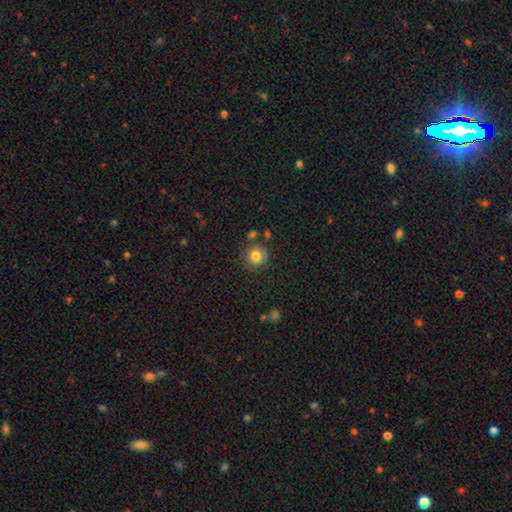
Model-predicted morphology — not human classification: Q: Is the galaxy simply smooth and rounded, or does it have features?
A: smooth — 82%.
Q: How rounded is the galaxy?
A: round — 92%.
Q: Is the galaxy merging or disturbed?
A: none — 81%.